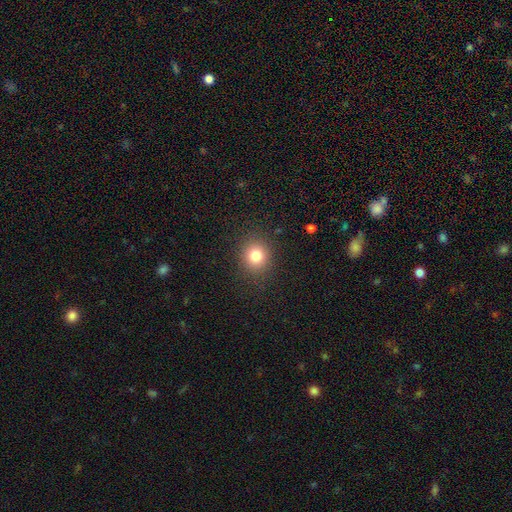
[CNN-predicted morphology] Smooth or featured? Predicted: smooth (p=0.79). How rounded? Predicted: round (p=0.82). Merging? Predicted: none (p=0.89).